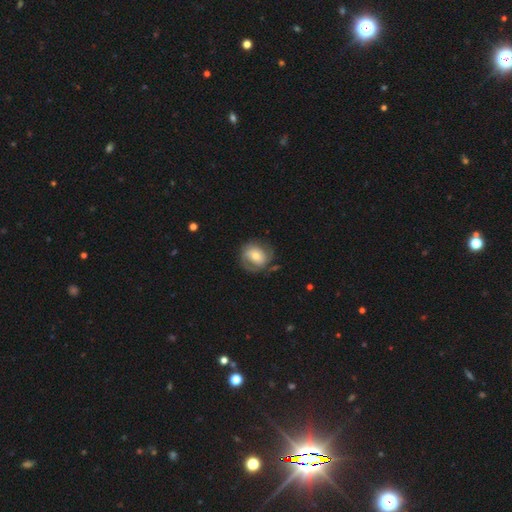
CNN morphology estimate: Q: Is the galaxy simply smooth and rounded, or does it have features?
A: featured or disk — 52%.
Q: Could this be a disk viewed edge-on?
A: no — 97%.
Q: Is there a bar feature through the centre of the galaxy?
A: no — 57%.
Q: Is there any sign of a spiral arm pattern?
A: yes — 69%.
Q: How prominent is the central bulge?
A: moderate — 61%.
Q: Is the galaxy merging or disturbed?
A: none — 64%.